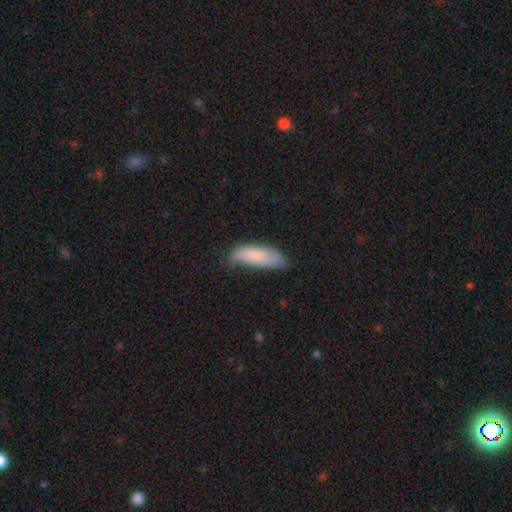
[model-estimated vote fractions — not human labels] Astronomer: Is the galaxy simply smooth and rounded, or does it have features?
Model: smooth — 82%.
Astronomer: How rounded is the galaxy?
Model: in between — 53% (runner-up: cigar-shaped, 46%).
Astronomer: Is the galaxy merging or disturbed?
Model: none — 54% (runner-up: minor disturbance, 35%).